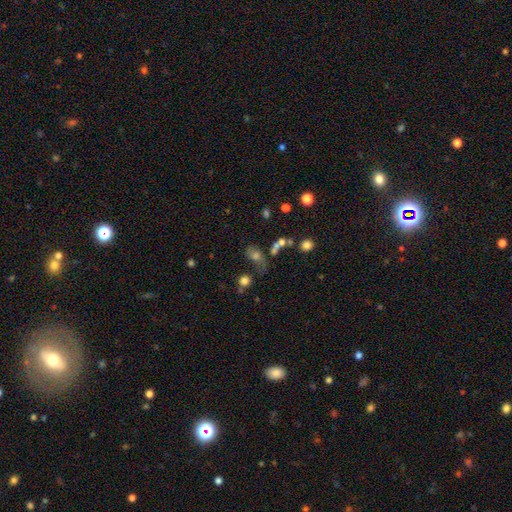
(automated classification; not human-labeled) smooth-or-featured: smooth: 54% | featured or disk: 26% | star or artifact: 21%
  how-rounded: in between: 64% | round: 32% | cigar-shaped: 4%
  merging: none: 34% | major disturbance: 31% | minor disturbance: 18% | merger: 17%